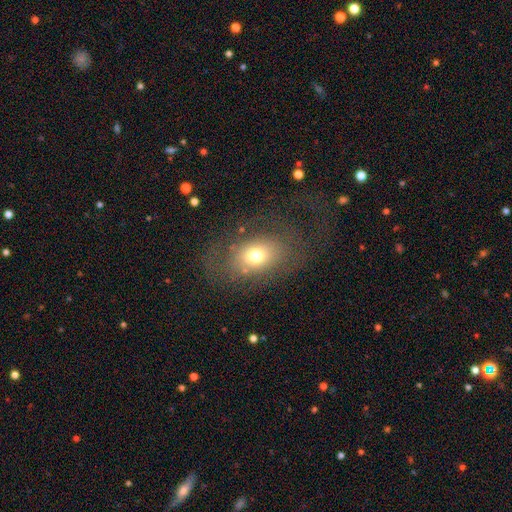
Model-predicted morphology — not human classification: Overall: smooth (66%). How rounded: in between (71%). Merging: none (66%).